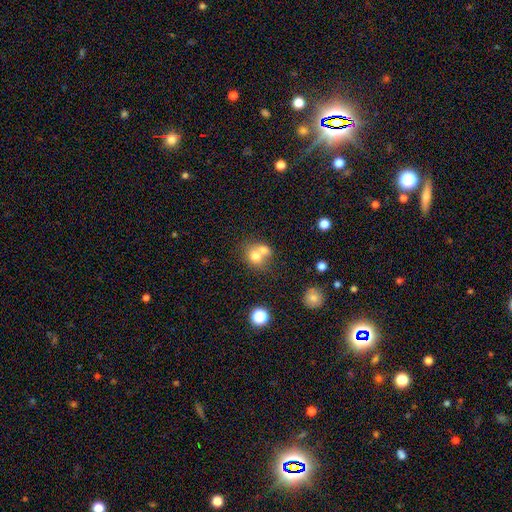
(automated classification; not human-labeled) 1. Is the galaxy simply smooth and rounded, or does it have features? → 71% smooth, 18% featured or disk, 12% star or artifact.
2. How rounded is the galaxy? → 69% round, 31% in between, 1% cigar-shaped.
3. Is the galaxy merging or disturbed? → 59% merger, 31% none, 7% minor disturbance, 3% major disturbance.